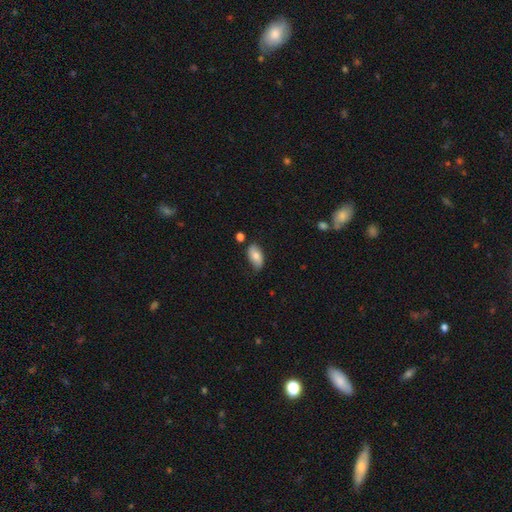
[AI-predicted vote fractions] This appears to be a smooth galaxy with no disk features (73%) that is in between round and cigar-shaped (93%). Merging: none (69%).